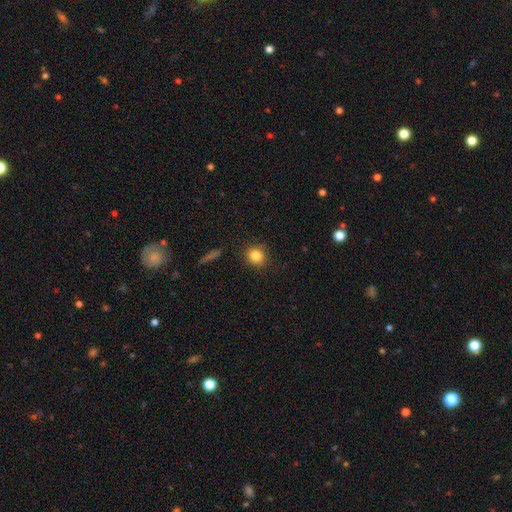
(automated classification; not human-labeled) Morphology: type=smooth (84%); roundness=round (85%); merging=none (88%).